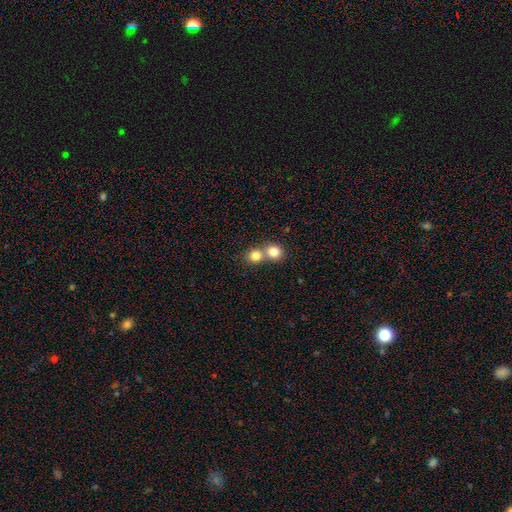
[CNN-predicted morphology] A smooth galaxy with no disk features (81%) that is round (80%). Merging: merger (56%).